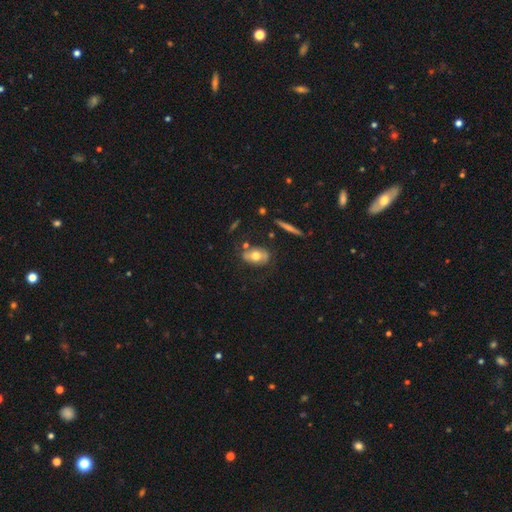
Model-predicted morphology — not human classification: This is possibly a smooth galaxy (52%). How rounded: clearly in between (80%). Merging: likely none (67%).